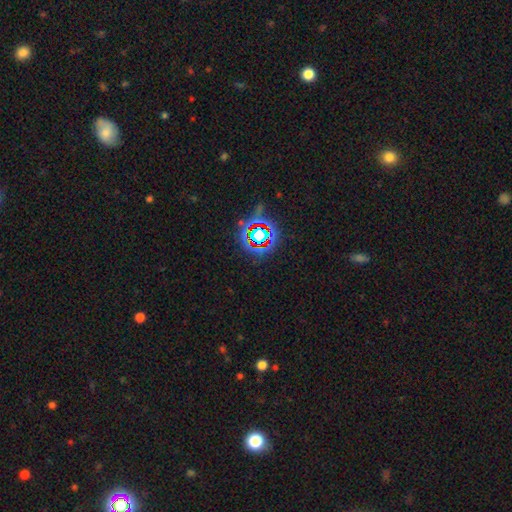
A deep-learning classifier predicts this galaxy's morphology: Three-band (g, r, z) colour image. It shows a star or artifact, not a galaxy (66%).